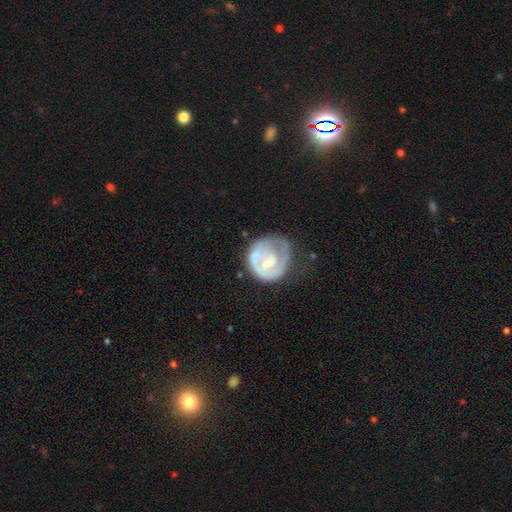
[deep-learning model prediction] Smooth or featured? Predicted: featured or disk (p=0.60). Edge-on disk? Predicted: no (p=0.98). Bar? Predicted: no (p=0.51). Spiral arms? Predicted: yes (p=0.62). Bulge size? Predicted: small (p=0.39). Merging? Predicted: none (p=0.46).